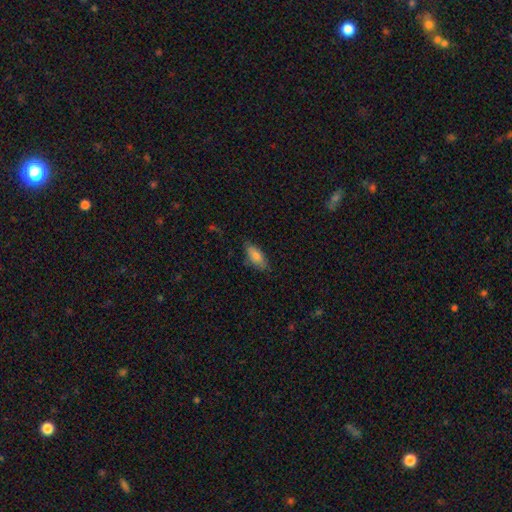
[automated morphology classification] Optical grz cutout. It shows a smooth galaxy with no disk features (79%) that is in between round and cigar-shaped (81%). Merging: none (75%).